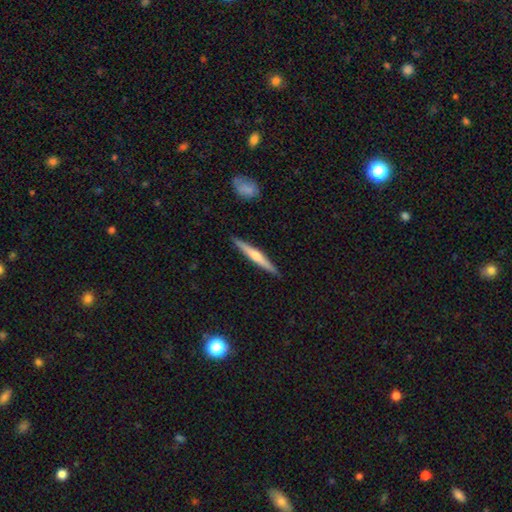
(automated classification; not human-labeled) Smooth or featured: featured or disk — 54% (smooth — 41%)
Edge-on disk: yes — 97% (no — 3%)
Edge-on bulge: rounded — 65% (none — 25%)
Merging: none — 90% (minor disturbance — 7%)